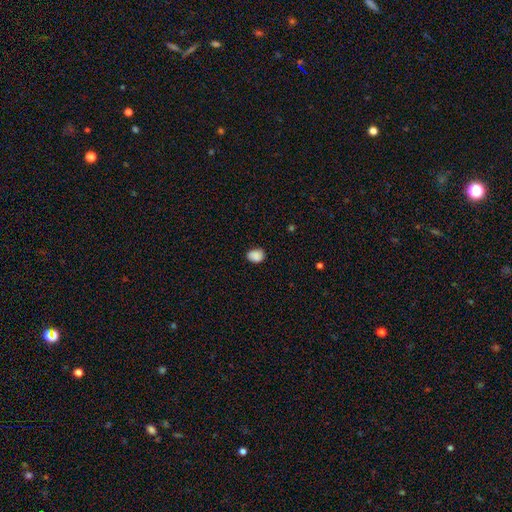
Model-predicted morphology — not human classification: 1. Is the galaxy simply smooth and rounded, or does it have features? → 87% smooth, 9% star or artifact, 4% featured or disk.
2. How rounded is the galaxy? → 57% in between, 42% round, 1% cigar-shaped.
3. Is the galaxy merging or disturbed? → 79% none, 17% minor disturbance, 3% major disturbance, 1% merger.